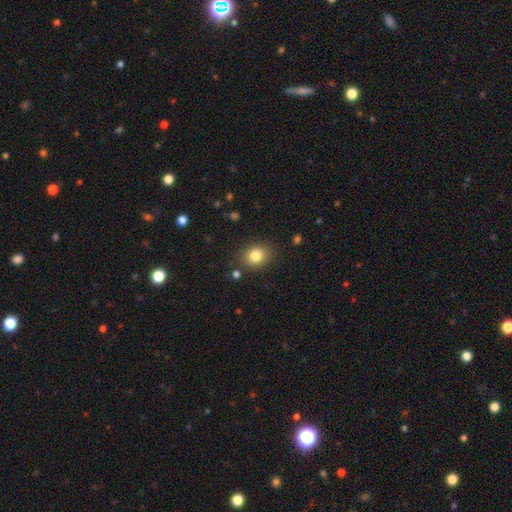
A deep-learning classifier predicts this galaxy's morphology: Smooth or featured? smooth (82%)
How rounded? round (54%)
Merging? none (84%)